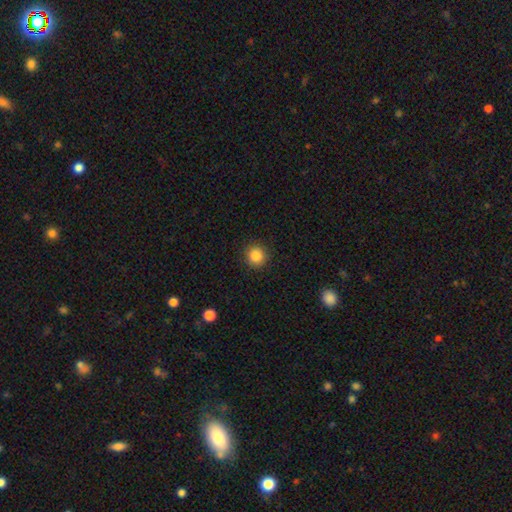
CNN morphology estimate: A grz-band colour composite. It shows a smooth galaxy with no disk features (86%) that is round (92%). Merging: none (91%).